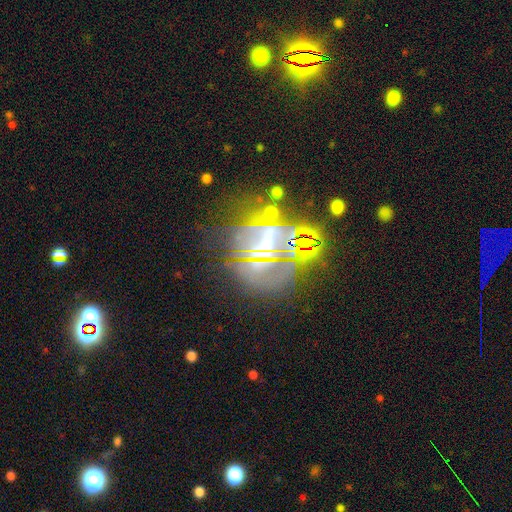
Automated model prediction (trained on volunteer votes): Smooth or featured?
  - star or artifact: 52% *
  - featured or disk: 33%
  - smooth: 15%